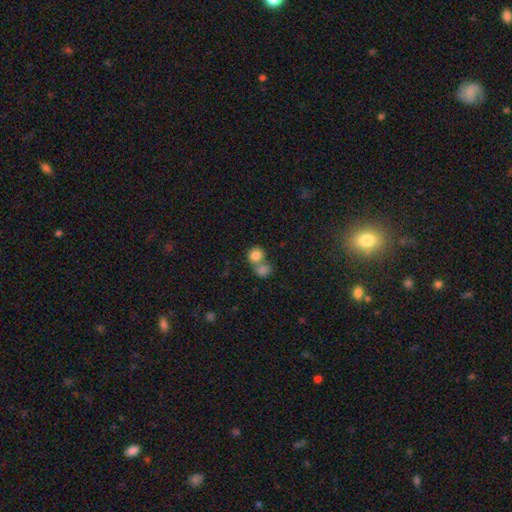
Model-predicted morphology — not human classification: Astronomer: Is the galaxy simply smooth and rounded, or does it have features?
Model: smooth — 82%.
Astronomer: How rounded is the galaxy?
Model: round — 79%.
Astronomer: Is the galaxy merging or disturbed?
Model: merger — 53% (runner-up: none, 36%).